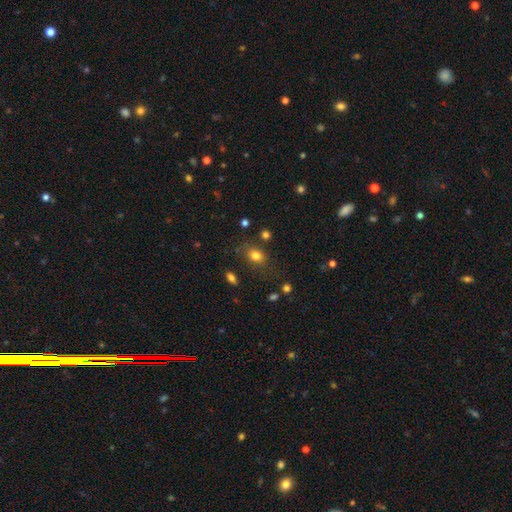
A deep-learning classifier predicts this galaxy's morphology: This is likely a smooth galaxy (80%). How rounded: possibly in between (57%). Merging: likely none (75%).